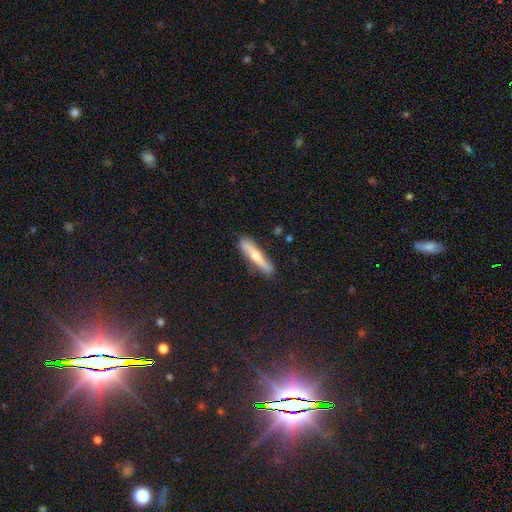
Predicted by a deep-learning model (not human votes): Smooth or featured?
  - smooth: 50% *
  - featured or disk: 43%
  - star or artifact: 6%
How rounded?
  - cigar-shaped: 87% *
  - in between: 11%
  - round: 2%
Merging?
  - none: 83% *
  - minor disturbance: 13%
  - major disturbance: 3%
  - merger: 2%